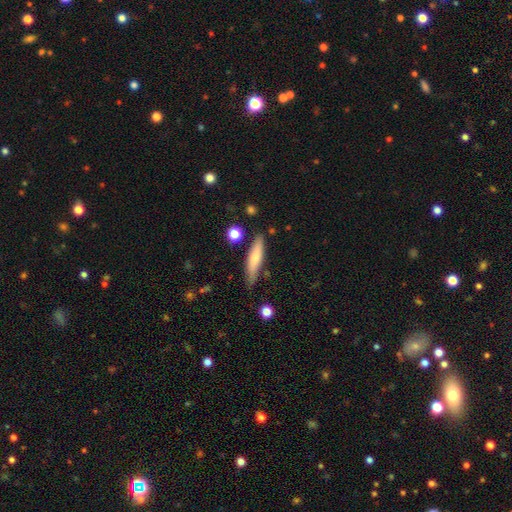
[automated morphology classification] Overall: smooth (69%). How rounded: cigar-shaped (79%). Merging: none (78%).